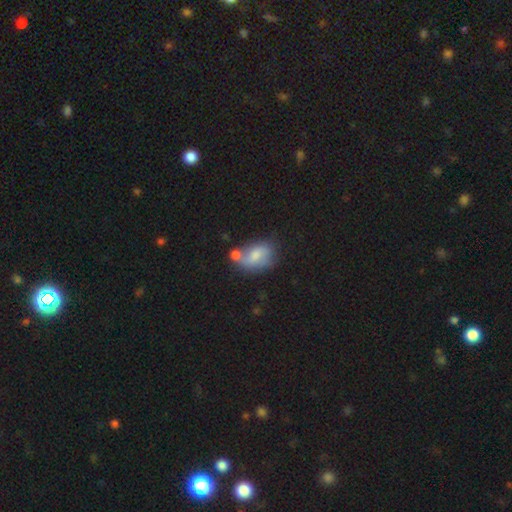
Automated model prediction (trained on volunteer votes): Q: Smooth or featured?
A: smooth (59%); runner-up: featured or disk (32%)
Q: How rounded?
A: in between (79%); runner-up: round (19%)
Q: Merging?
A: merger (37%); runner-up: none (32%)